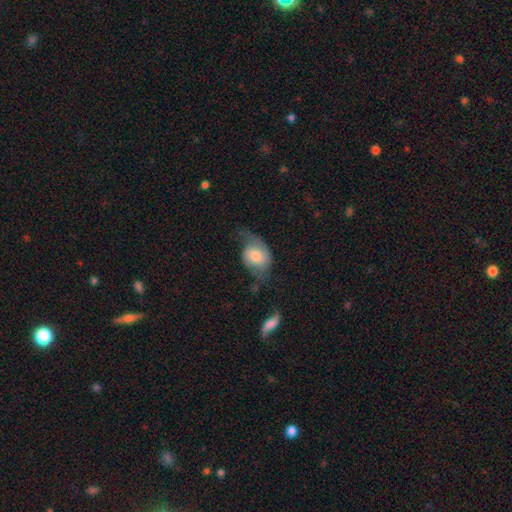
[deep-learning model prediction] This is possibly a smooth galaxy (50%). How rounded: likely in between (66%). Merging: marginally none (35%).